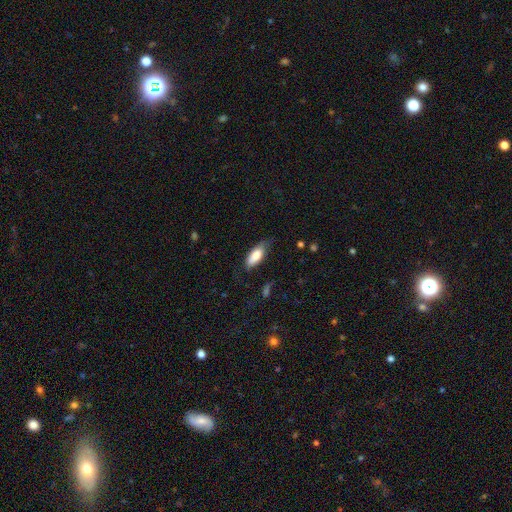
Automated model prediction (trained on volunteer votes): This appears to be a smooth galaxy with no disk features (79%) that is in between round and cigar-shaped (79%). Merging: none (63%).